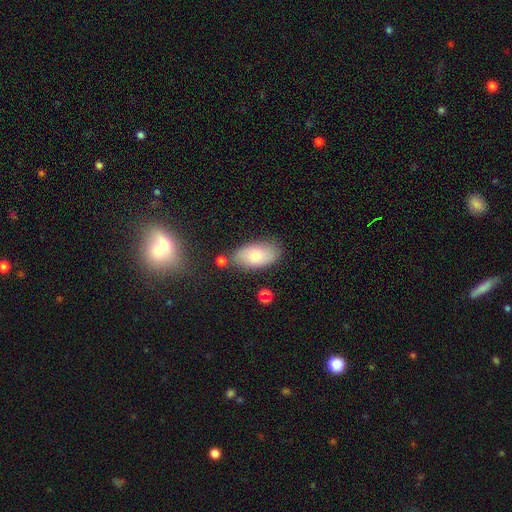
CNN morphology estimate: The model was most divided on "smooth or featured": smooth: 74%, featured or disk: 19%, star or artifact: 7%. More confident: how rounded — in between (93%); merging — none (73%).